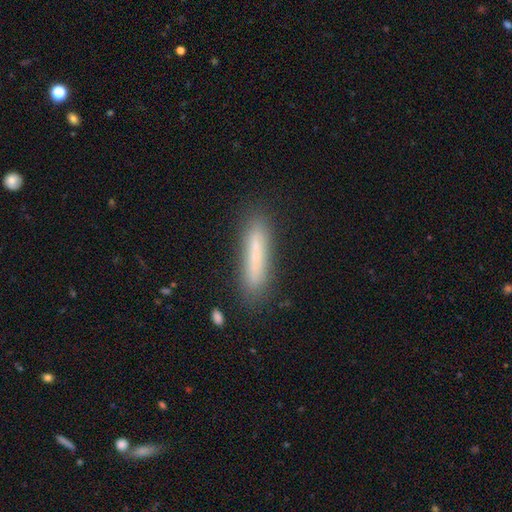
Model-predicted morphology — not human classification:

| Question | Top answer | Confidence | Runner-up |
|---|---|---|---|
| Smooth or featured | smooth | 71% | featured or disk (21%) |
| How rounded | cigar-shaped | 89% | in between (10%) |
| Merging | none | 82% | minor disturbance (12%) |